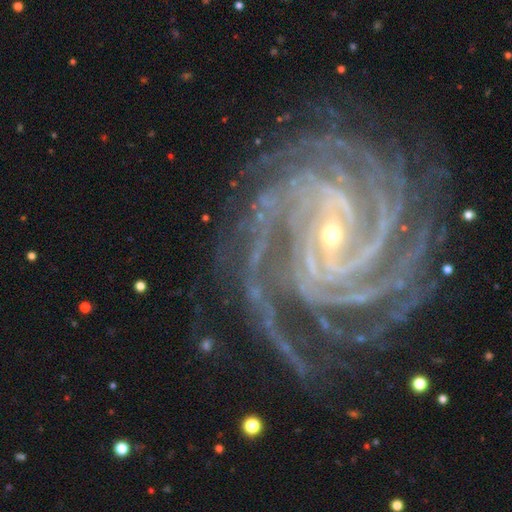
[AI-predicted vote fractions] This is clearly a featured or disk galaxy (94%). It is clearly not viewed edge-on (98%). Bar: marginally strong (39%). Spiral arm pattern: clearly yes (99%). Spiral arm count: marginally 4 (30%). Spiral winding: likely tight (79%). Central bulge: likely small (72%). Merging: likely none (79%).